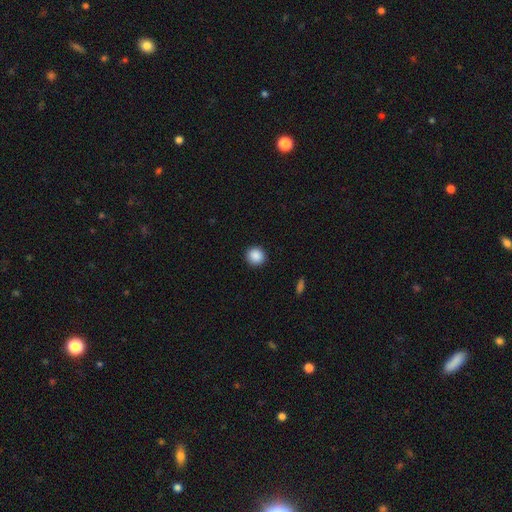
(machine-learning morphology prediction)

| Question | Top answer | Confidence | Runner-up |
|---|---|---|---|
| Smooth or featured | smooth | 89% | star or artifact (9%) |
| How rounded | round | 92% | in between (7%) |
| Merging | none | 92% | minor disturbance (5%) |